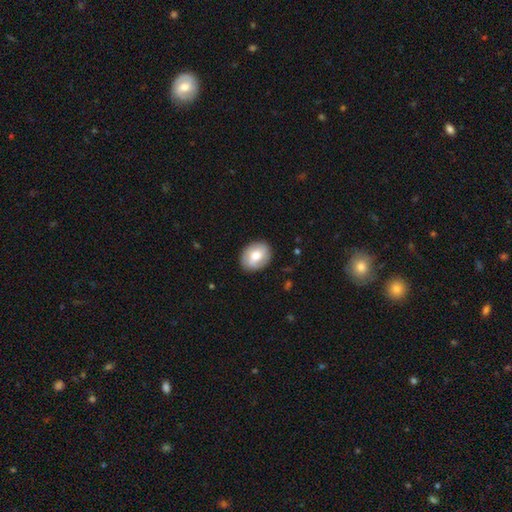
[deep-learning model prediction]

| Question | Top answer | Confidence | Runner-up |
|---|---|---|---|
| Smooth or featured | smooth | 65% | featured or disk (29%) |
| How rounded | in between | 61% | round (38%) |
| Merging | none | 85% | minor disturbance (11%) |